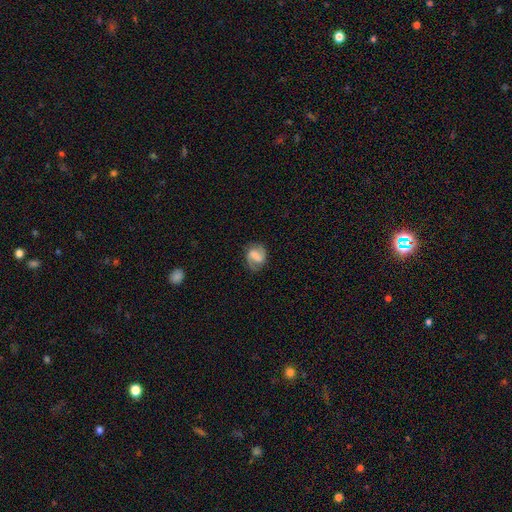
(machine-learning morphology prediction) smooth_or_featured: featured or disk (p=0.66) [alt: smooth p=0.26]
disk_edge_on: no (p=0.98) [alt: yes p=0.02]
bar: strong (p=0.42) [alt: weak p=0.40]
has_spiral_arms: yes (p=0.90) [alt: no p=0.10]
spiral_winding: medium (p=0.48) [alt: tight p=0.28]
spiral_arm_count: 2 (p=0.85) [alt: can't tell p=0.06]
bulge_size: none (p=0.39) [alt: moderate p=0.20]
merging: none (p=0.75) [alt: minor disturbance p=0.16]